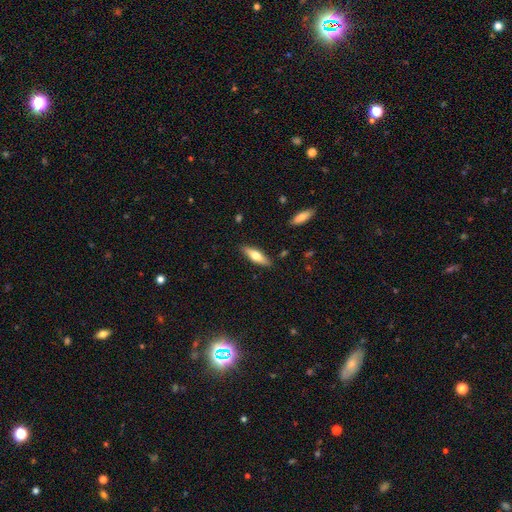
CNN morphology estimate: Q: Smooth or featured?
A: smooth (55%); runner-up: featured or disk (39%)
Q: How rounded?
A: cigar-shaped (54%); runner-up: in between (44%)
Q: Merging?
A: none (87%); runner-up: minor disturbance (9%)